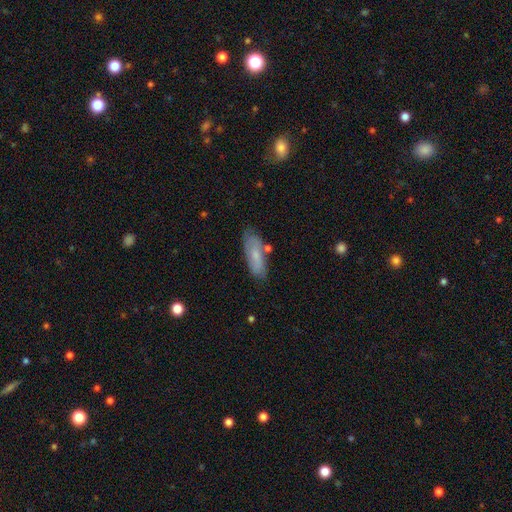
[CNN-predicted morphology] Overall: smooth (65%; featured or disk 28%). How rounded: in between (62%; cigar-shaped 36%). Merging: none (70%).